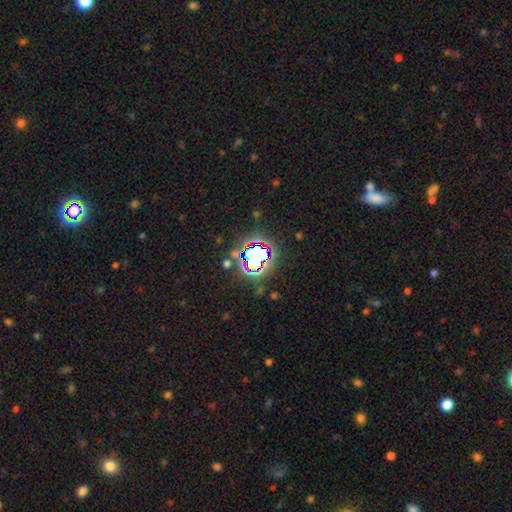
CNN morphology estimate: This is likely a star or artifact rather than a galaxy (68%).